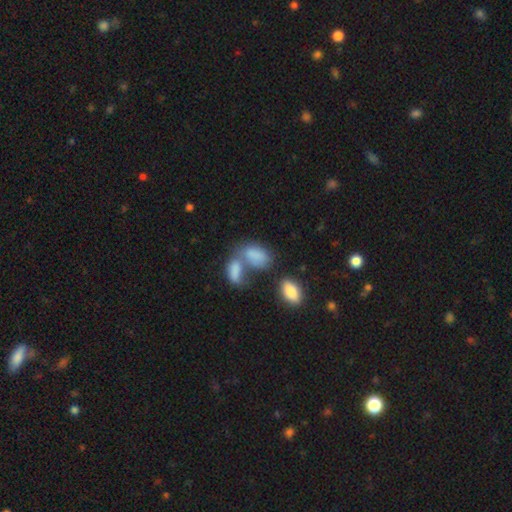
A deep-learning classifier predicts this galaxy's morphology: A smooth galaxy with no disk features (79%) that is in between round and cigar-shaped (90%).

Vote fractions:
- Smooth or featured? smooth: 79% / featured or disk: 12% / star or artifact: 9%
- How rounded? in between: 90% / round: 6% / cigar-shaped: 4%
- Merging? merger: 55% / none: 24% / minor disturbance: 11% / major disturbance: 9%